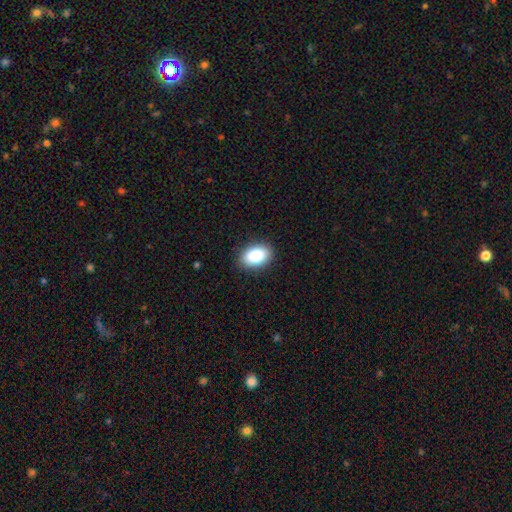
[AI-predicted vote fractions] This appears to be a smooth galaxy with no disk features (90%) that is in between round and cigar-shaped (90%). Merging: none (88%).